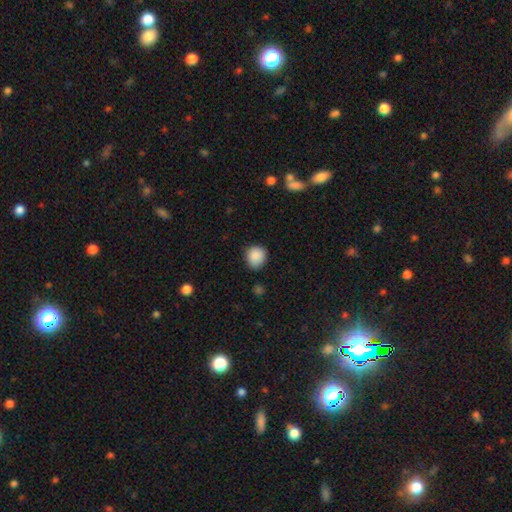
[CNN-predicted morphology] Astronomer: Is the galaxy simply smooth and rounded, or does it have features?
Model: smooth — 88%.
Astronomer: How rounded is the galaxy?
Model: round — 83%.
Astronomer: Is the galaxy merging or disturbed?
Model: none — 76%.